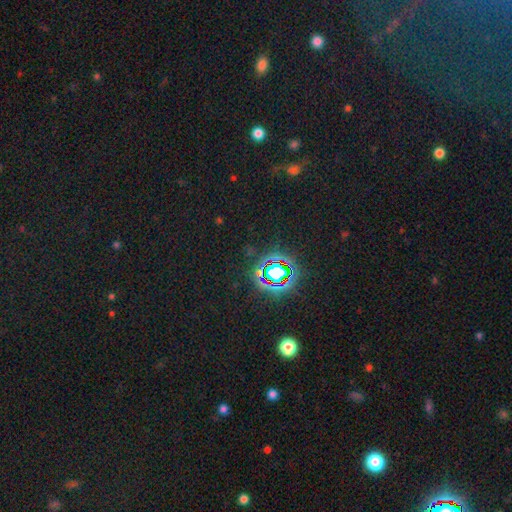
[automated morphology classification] This is likely a star or artifact rather than a galaxy (77%).